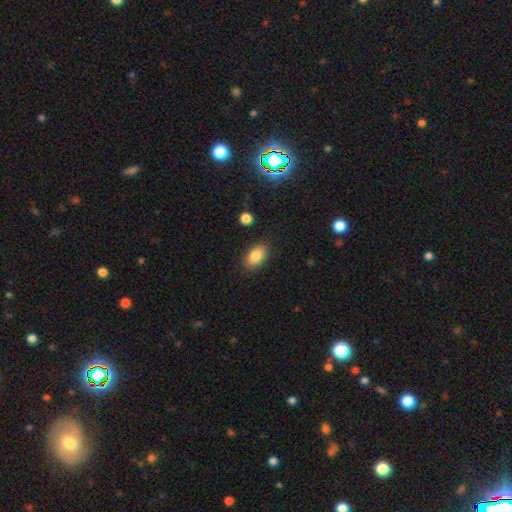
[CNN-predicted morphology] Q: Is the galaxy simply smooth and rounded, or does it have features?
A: smooth — 84%.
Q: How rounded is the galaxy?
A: in between — 90%.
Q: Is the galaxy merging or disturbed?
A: none — 85%.